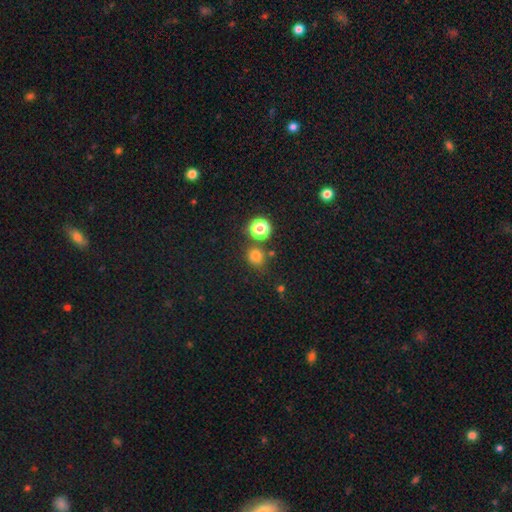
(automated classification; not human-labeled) The model was most divided on "smooth or featured": smooth: 75%, star or artifact: 19%, featured or disk: 6%. More confident: how rounded — round (84%); merging — none (76%).